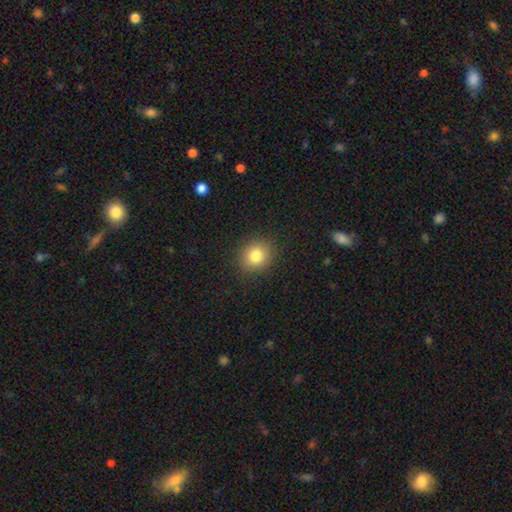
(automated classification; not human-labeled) Smooth or featured? smooth (81%)
How rounded? round (80%)
Merging? none (89%)